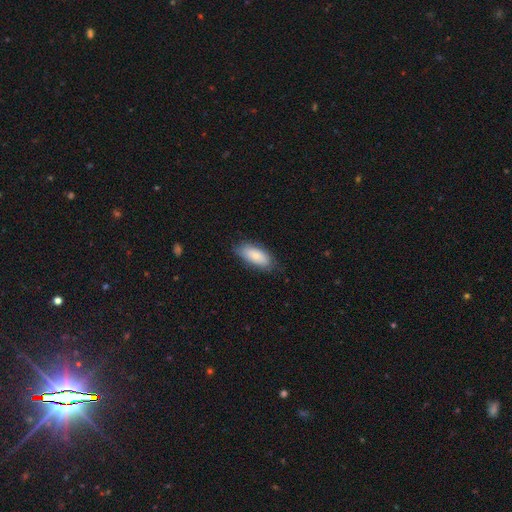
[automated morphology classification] A smooth galaxy with no disk features (78%) that is in between round and cigar-shaped (85%). Merging: none (74%).